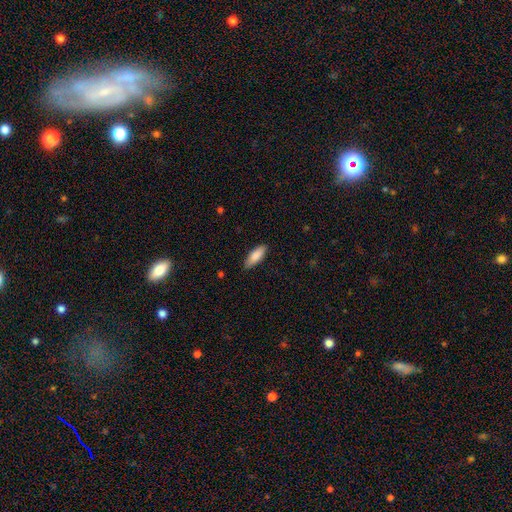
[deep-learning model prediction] Q: Smooth or featured?
A: smooth (85%); runner-up: featured or disk (10%)
Q: How rounded?
A: in between (69%); runner-up: cigar-shaped (29%)
Q: Merging?
A: none (86%); runner-up: minor disturbance (11%)